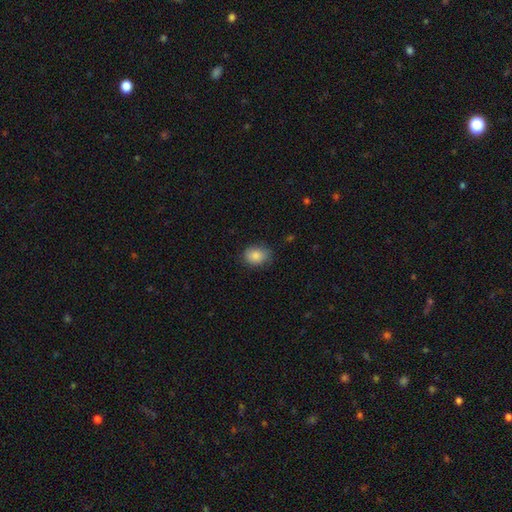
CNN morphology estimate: A smooth galaxy with no disk features (86%) that is in between round and cigar-shaped (54%).

Vote fractions:
- Smooth or featured? smooth: 86% / star or artifact: 8% / featured or disk: 6%
- How rounded? in between: 54% / round: 45% / cigar-shaped: 1%
- Merging? none: 77% / minor disturbance: 18% / major disturbance: 4% / merger: 1%